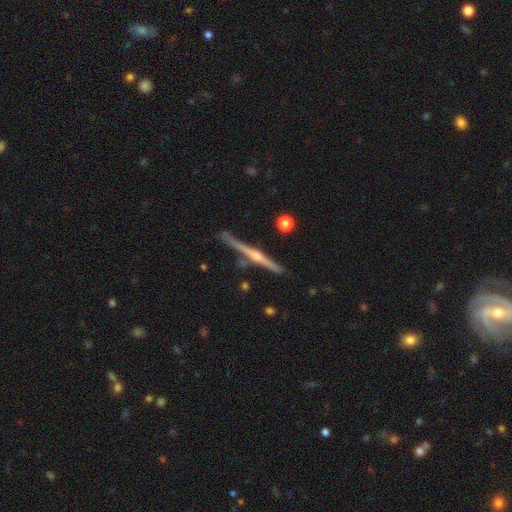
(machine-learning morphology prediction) Q: Smooth or featured?
A: featured or disk (79%); runner-up: smooth (15%)
Q: Edge-on disk?
A: yes (98%); runner-up: no (2%)
Q: Edge-on bulge?
A: rounded (79%); runner-up: none (14%)
Q: Merging?
A: none (83%); runner-up: minor disturbance (11%)